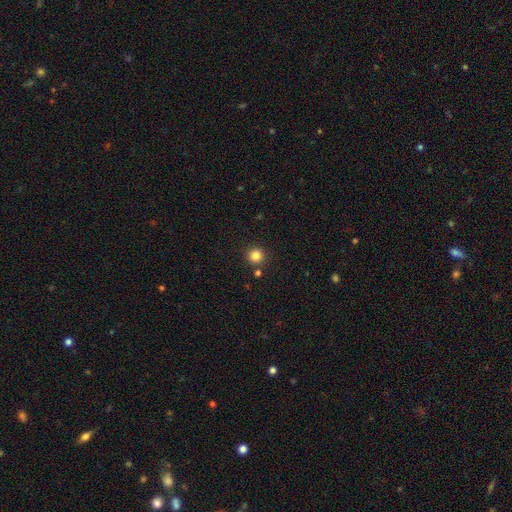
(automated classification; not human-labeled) Morphology: type=smooth (83%); roundness=round (94%); merging=none (87%).